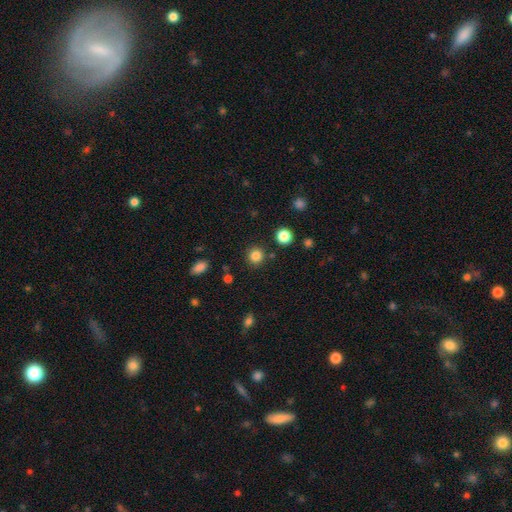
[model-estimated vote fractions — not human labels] Smooth or featured: smooth — 85% (star or artifact — 12%)
How rounded: round — 90% (in between — 9%)
Merging: none — 87% (minor disturbance — 7%)